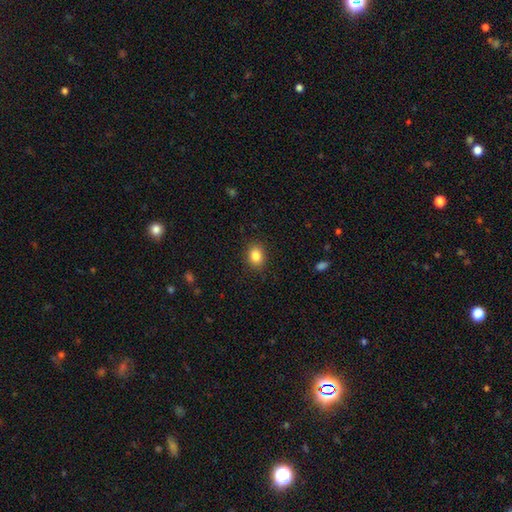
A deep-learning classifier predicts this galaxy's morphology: Smooth or featured? Predicted: smooth (p=0.85). How rounded? Predicted: in between (p=0.57). Merging? Predicted: none (p=0.88).